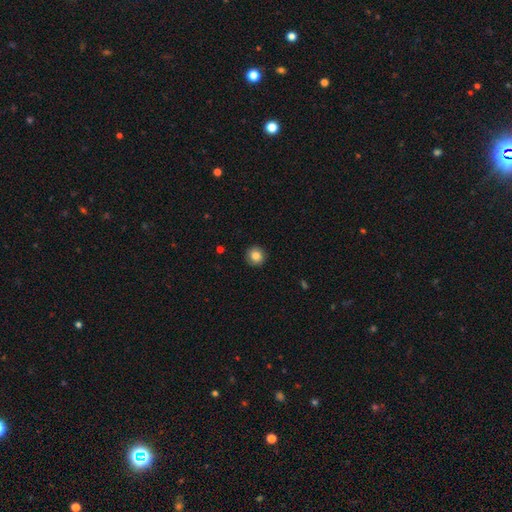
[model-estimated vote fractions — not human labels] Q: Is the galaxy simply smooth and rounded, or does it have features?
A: smooth — 85%.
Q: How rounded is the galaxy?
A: round — 93%.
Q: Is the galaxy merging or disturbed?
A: none — 91%.